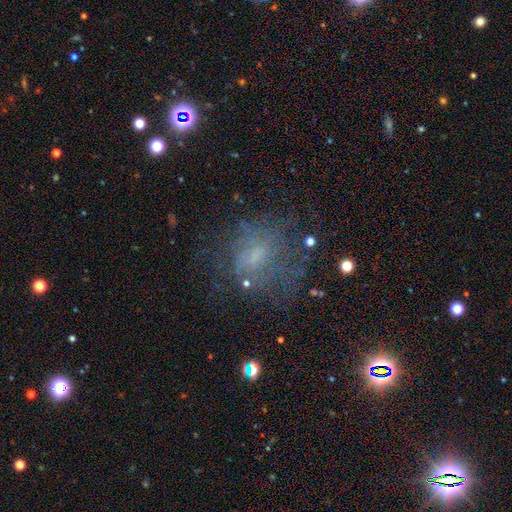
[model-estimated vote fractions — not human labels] This appears to be a featured or disk galaxy (45%). Merging: none (56%).